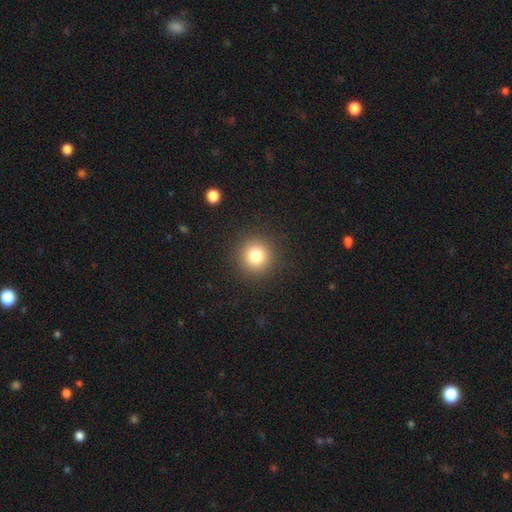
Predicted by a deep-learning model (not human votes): Overall: smooth (80%). How rounded: round (94%). Merging: none (91%).